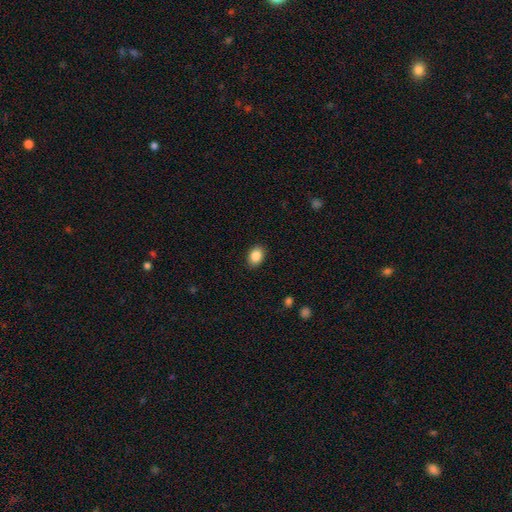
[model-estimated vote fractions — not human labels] Morphology: type=smooth (87%); roundness=in between (72%); merging=none (88%).